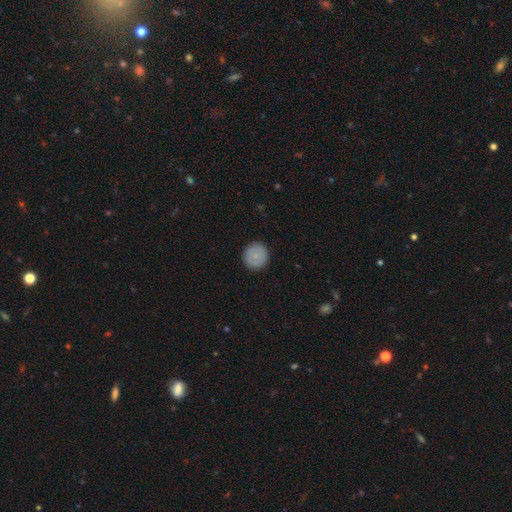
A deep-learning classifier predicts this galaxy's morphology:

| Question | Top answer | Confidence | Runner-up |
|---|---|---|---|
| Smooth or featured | smooth | 78% | featured or disk (15%) |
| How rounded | round | 92% | in between (7%) |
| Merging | none | 91% | minor disturbance (6%) |